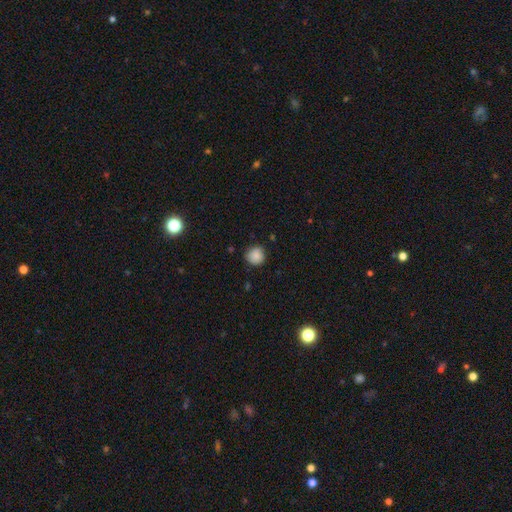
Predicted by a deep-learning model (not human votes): Q: Smooth or featured?
A: smooth (84%); runner-up: star or artifact (9%)
Q: How rounded?
A: round (91%); runner-up: in between (8%)
Q: Merging?
A: none (79%); runner-up: minor disturbance (17%)